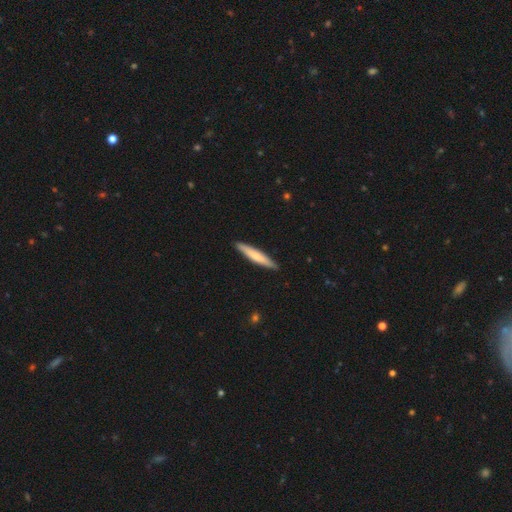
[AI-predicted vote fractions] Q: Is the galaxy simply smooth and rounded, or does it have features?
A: smooth — 66%.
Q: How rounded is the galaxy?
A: cigar-shaped — 92%.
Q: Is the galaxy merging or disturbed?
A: none — 90%.